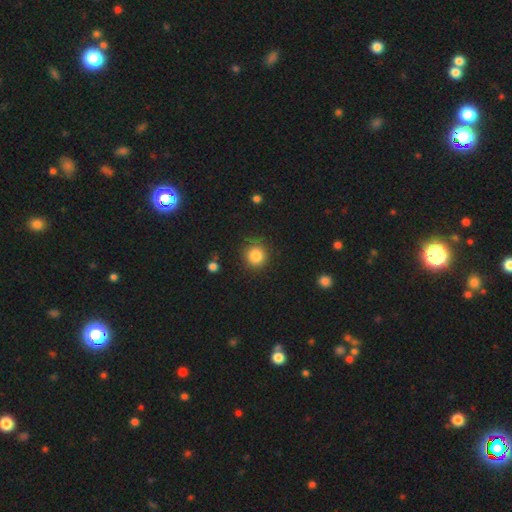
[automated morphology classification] A smooth galaxy with no disk features (85%) that is round (93%). Merging: none (84%).